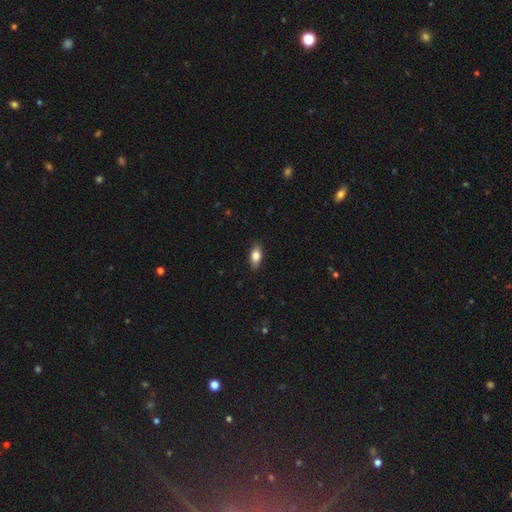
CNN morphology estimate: This is clearly a smooth galaxy (81%). How rounded: clearly in between (87%). Merging: clearly none (87%).